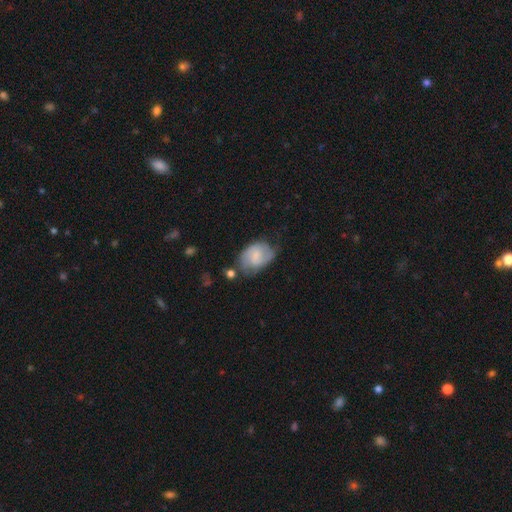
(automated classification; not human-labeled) smooth-or-featured: featured or disk: 47% | smooth: 46% | star or artifact: 7%
  merging: none: 47% | minor disturbance: 33% | major disturbance: 14% | merger: 6%